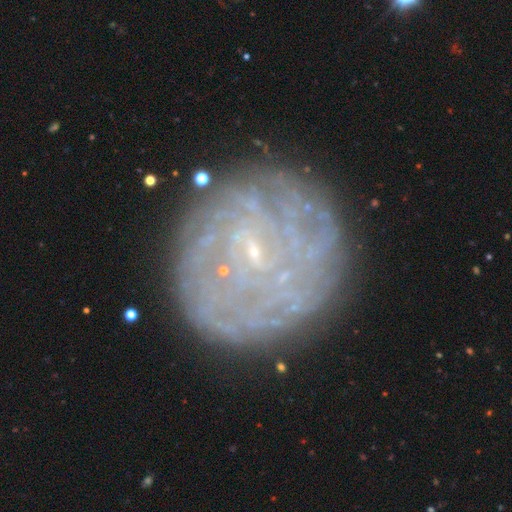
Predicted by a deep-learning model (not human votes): Overall: featured or disk (71%). Edge-on disk: no (97%). Bar: no (59%; weak 31%). Spiral arms: yes (78%). Spiral arm count: can't tell (49%; more than 4 16%). Spiral winding: tight (77%). Bulge size: small (84%). Merging: none (78%).